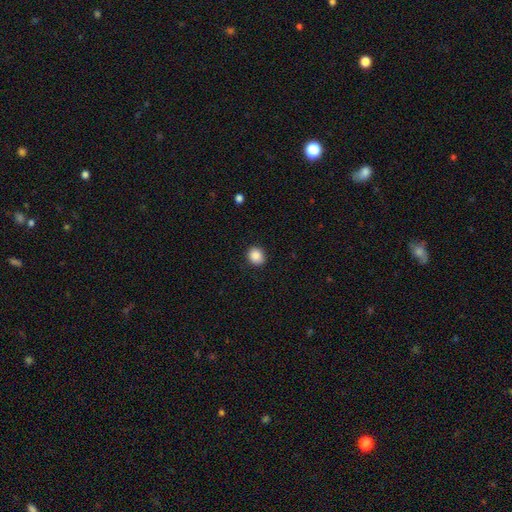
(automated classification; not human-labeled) Smooth or featured?
  - smooth: 88% *
  - star or artifact: 9%
  - featured or disk: 3%
How rounded?
  - round: 79% *
  - in between: 20%
  - cigar-shaped: 1%
Merging?
  - none: 88% *
  - minor disturbance: 9%
  - major disturbance: 2%
  - merger: 1%